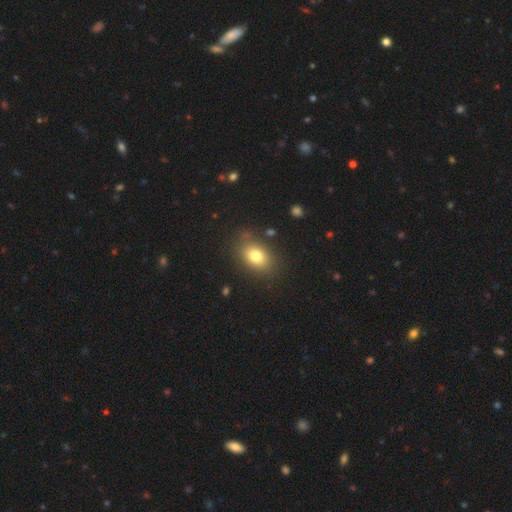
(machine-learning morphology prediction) smooth_or_featured: smooth (p=0.78) [alt: featured or disk p=0.11]
how_rounded: in between (p=0.76) [alt: round p=0.23]
merging: none (p=0.81) [alt: minor disturbance p=0.12]